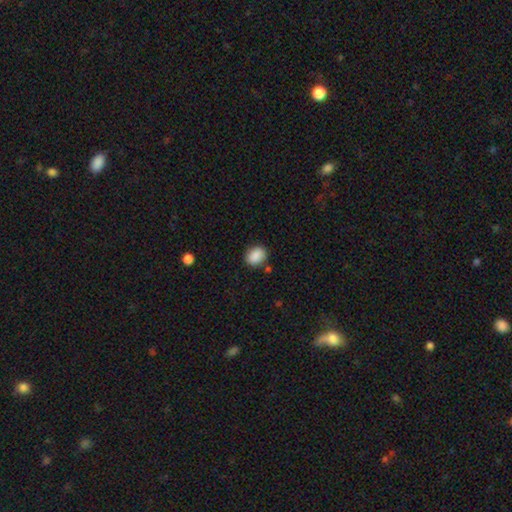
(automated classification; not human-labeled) Overall: smooth (89%). How rounded: in between (59%; round 40%). Merging: none (82%).